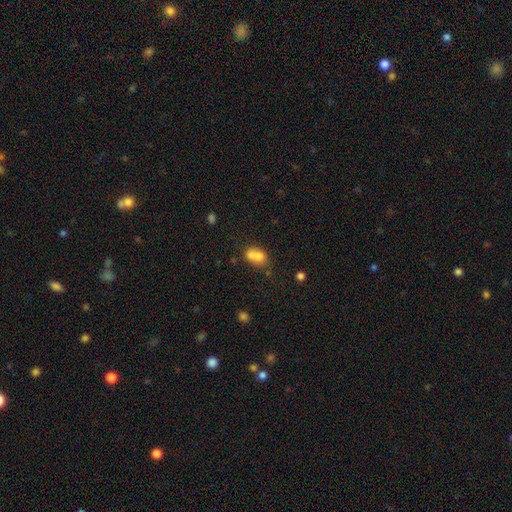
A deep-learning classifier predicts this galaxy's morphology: This is likely a smooth galaxy (72%). How rounded: possibly in between (59%). Merging: possibly merger (58%).